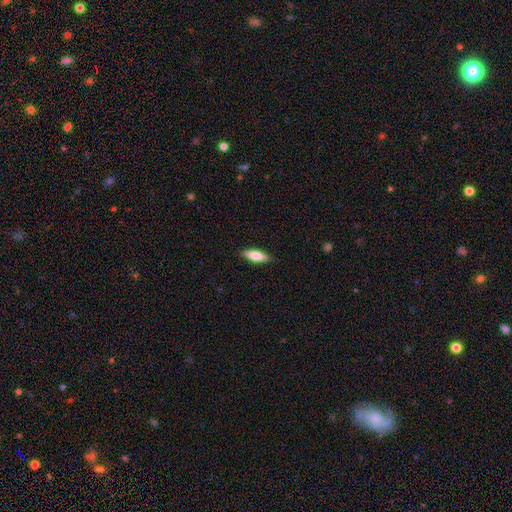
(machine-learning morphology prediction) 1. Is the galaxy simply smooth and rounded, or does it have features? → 75% smooth, 20% featured or disk, 6% star or artifact.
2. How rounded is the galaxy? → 60% in between, 38% cigar-shaped, 2% round.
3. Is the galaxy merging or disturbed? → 87% none, 10% minor disturbance, 2% major disturbance, 1% merger.